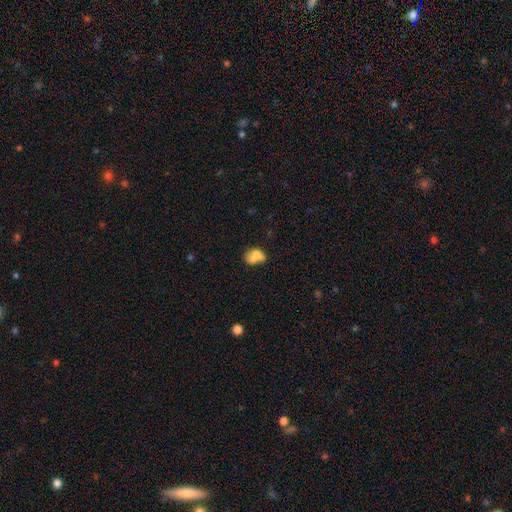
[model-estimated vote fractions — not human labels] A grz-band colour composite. It shows a smooth galaxy with no disk features (69%) that is in between round and cigar-shaped (66%). Merging: merger (42%).